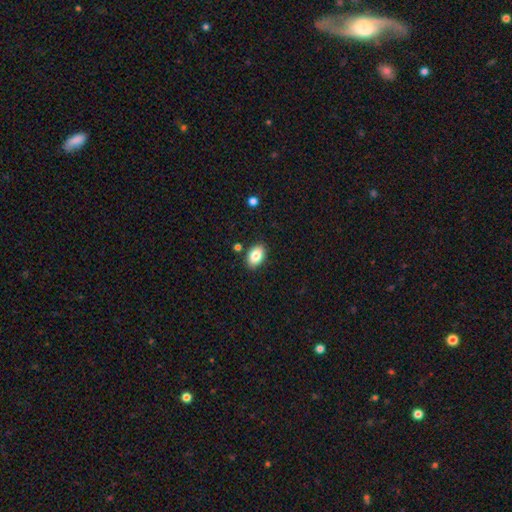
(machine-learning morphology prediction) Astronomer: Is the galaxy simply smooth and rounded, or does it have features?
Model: smooth — 83%.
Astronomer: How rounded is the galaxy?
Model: in between — 88%.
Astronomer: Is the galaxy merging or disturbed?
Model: none — 85%.